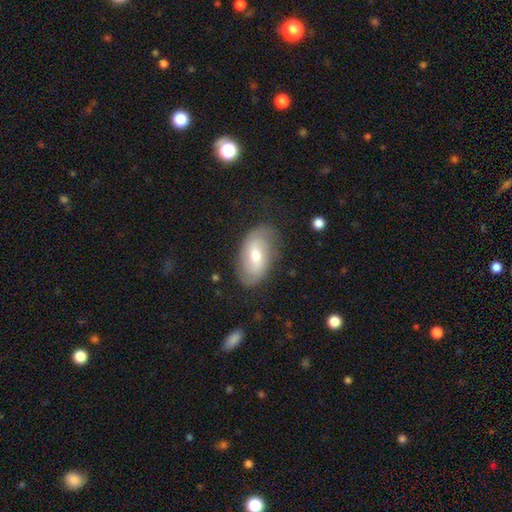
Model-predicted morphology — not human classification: Smooth or featured: featured or disk — 51% (smooth — 42%)
Edge-on disk: no — 92% (yes — 8%)
Merging: none — 74% (minor disturbance — 18%)